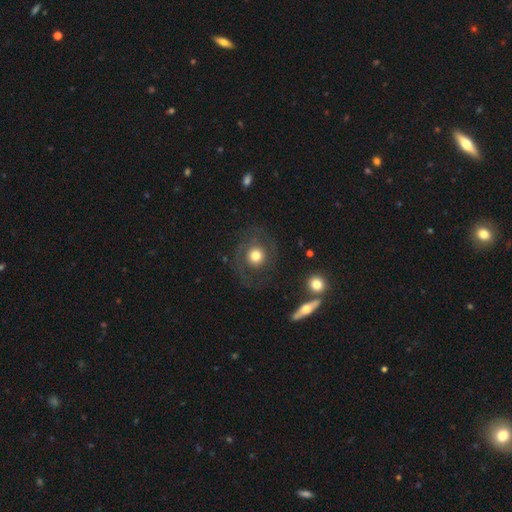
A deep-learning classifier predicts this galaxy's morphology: Overall: featured or disk (46%; smooth 45%). Merging: none (70%).